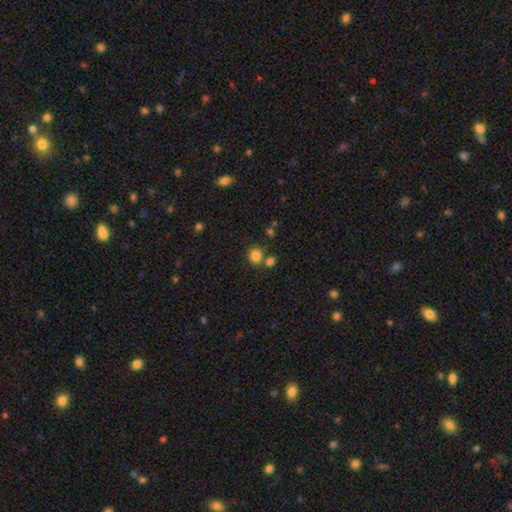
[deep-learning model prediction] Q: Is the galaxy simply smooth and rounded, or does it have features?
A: smooth — 83%.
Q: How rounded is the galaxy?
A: round — 75%.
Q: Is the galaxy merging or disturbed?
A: none — 64%.